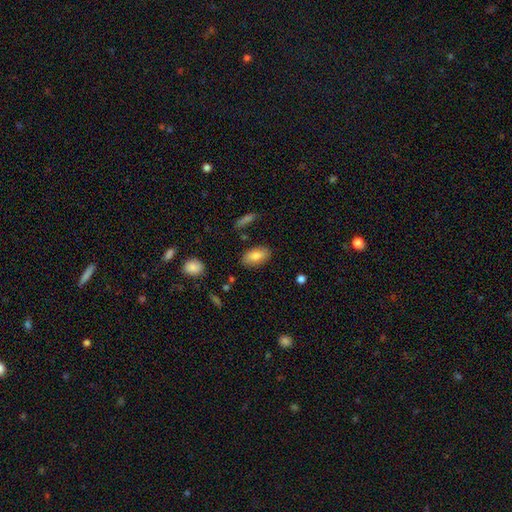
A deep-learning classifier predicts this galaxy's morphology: A smooth galaxy with no disk features (81%) that is in between round and cigar-shaped (92%). Merging: none (83%).